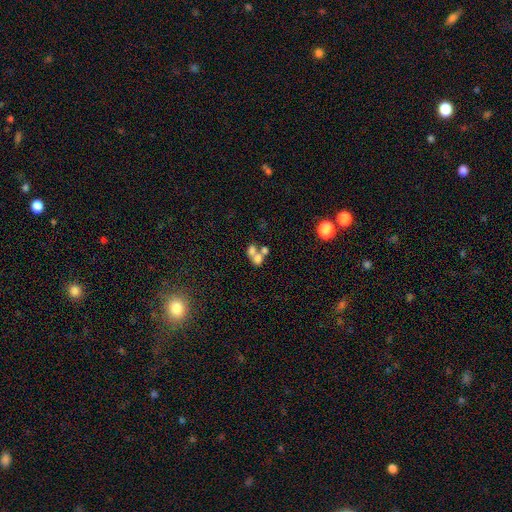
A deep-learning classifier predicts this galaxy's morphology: This appears to be a smooth galaxy with no disk features (64%) that is in between round and cigar-shaped (54%). Merging: merger (67%).